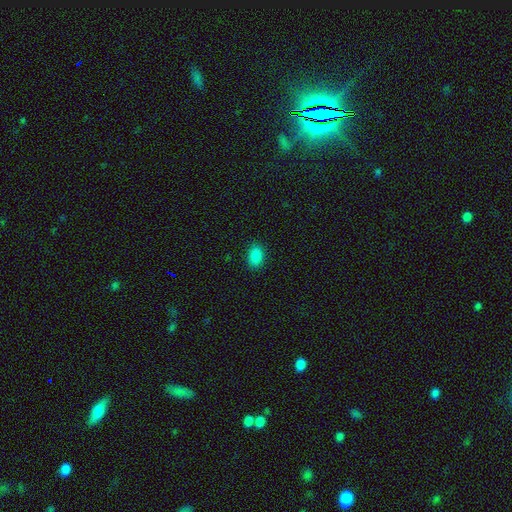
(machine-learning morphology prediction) Overall: smooth (86%). How rounded: in between (87%). Merging: none (88%).